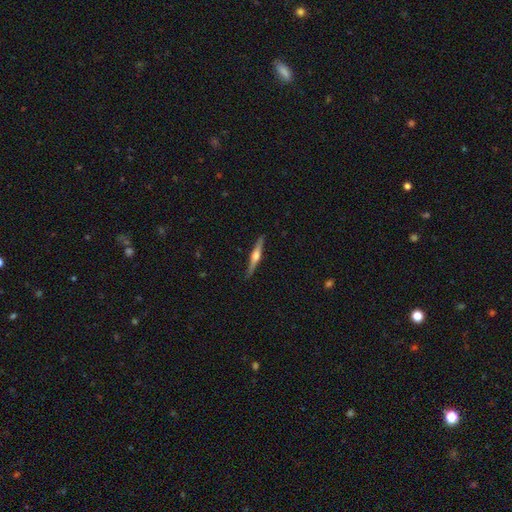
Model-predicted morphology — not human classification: Q: Smooth or featured?
A: featured or disk (74%); runner-up: smooth (21%)
Q: Edge-on disk?
A: yes (98%); runner-up: no (2%)
Q: Edge-on bulge?
A: rounded (91%); runner-up: boxy (6%)
Q: Merging?
A: none (91%); runner-up: minor disturbance (7%)